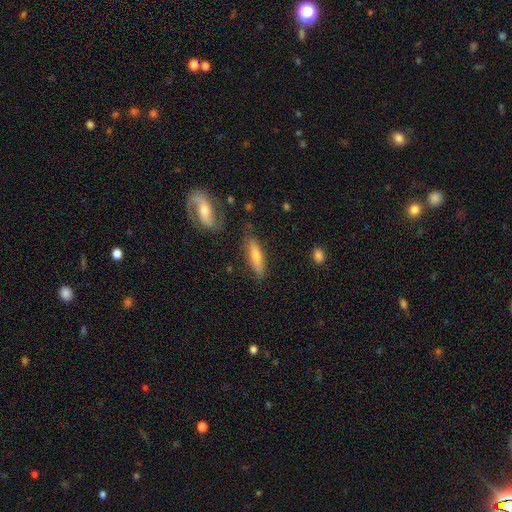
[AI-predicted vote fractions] A smooth galaxy with no disk features (54%) that is cigar-shaped (60%).

Vote fractions:
- Smooth or featured? smooth: 54% / featured or disk: 39% / star or artifact: 7%
- How rounded? cigar-shaped: 60% / in between: 37% / round: 3%
- Merging? none: 79% / minor disturbance: 13% / merger: 4% / major disturbance: 4%